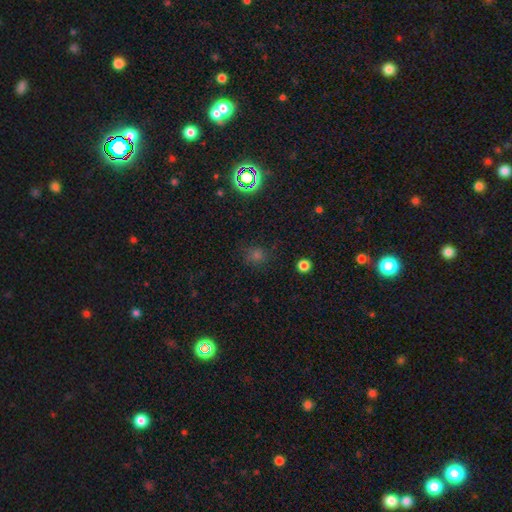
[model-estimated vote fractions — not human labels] Morphology: type=smooth (48%); merging=none (80%).